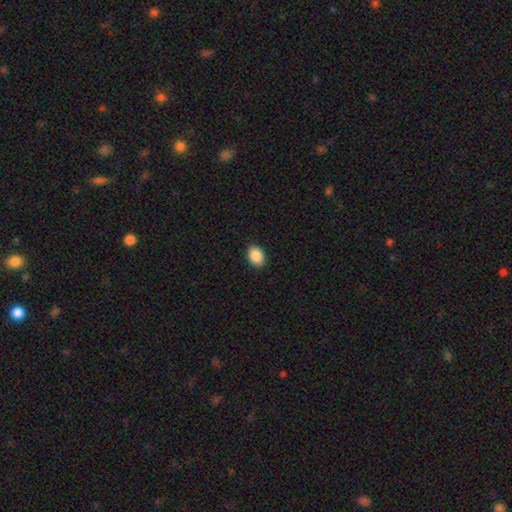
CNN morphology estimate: This is clearly a smooth galaxy (90%). How rounded: likely in between (76%). Merging: clearly none (89%).